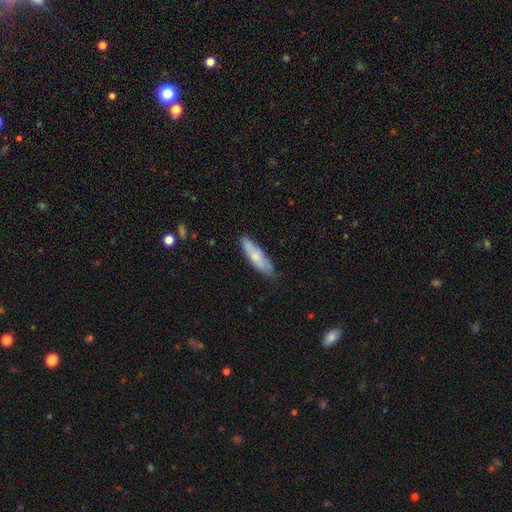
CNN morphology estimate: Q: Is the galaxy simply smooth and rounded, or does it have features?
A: smooth — 62%.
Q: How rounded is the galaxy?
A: cigar-shaped — 63%.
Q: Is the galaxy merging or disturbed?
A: none — 73%.